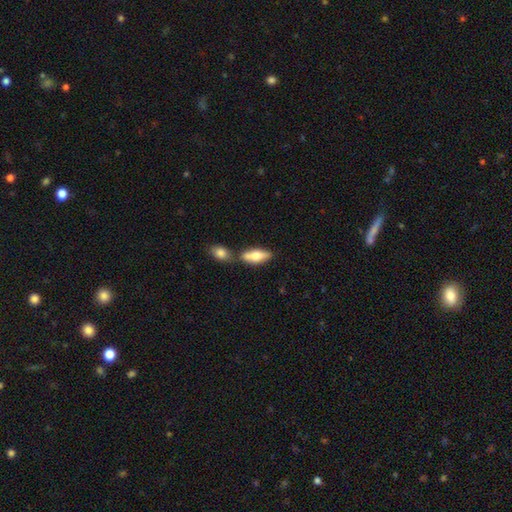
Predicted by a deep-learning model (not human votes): smooth-or-featured: smooth: 69% | featured or disk: 25% | star or artifact: 6%
  how-rounded: in between: 70% | cigar-shaped: 27% | round: 3%
  merging: none: 55% | merger: 29% | minor disturbance: 12% | major disturbance: 3%